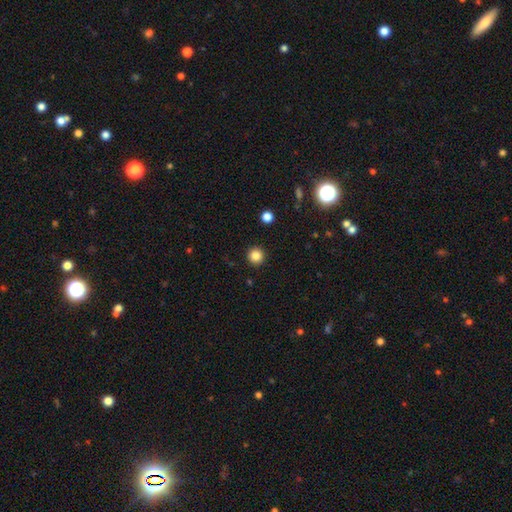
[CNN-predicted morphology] Overall: smooth (85%). How rounded: round (96%). Merging: none (93%).